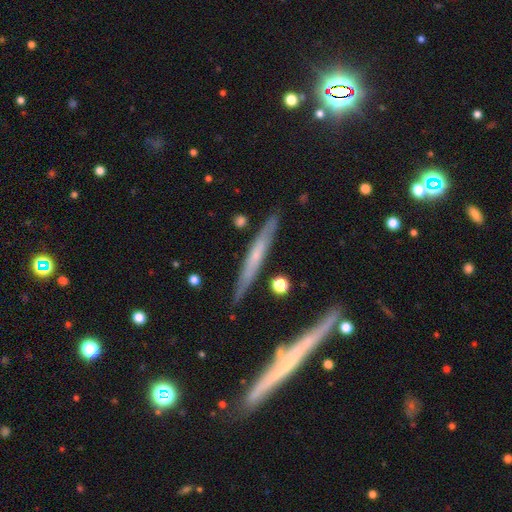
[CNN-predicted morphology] A featured or disk galaxy (55%) viewed edge-on (92%) with no central bulge (67%). Merging: none (84%).